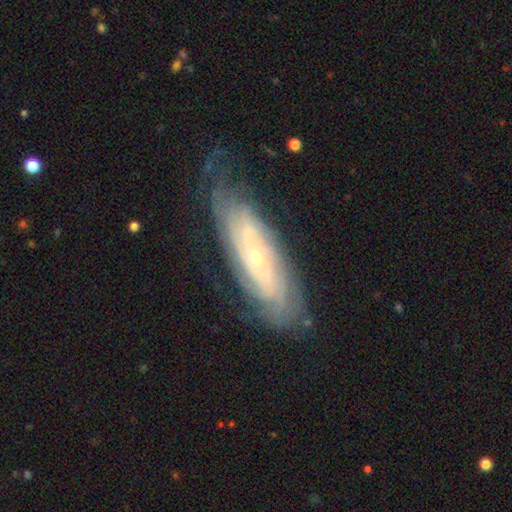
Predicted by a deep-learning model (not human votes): Morphology: type=featured or disk (82%); edge-on=no (85%); bar=no (72%); spiral arms=yes (92%); winding=tight (75%); arm count=can't tell (51%); bulge=small (76%); merging=none (71%).